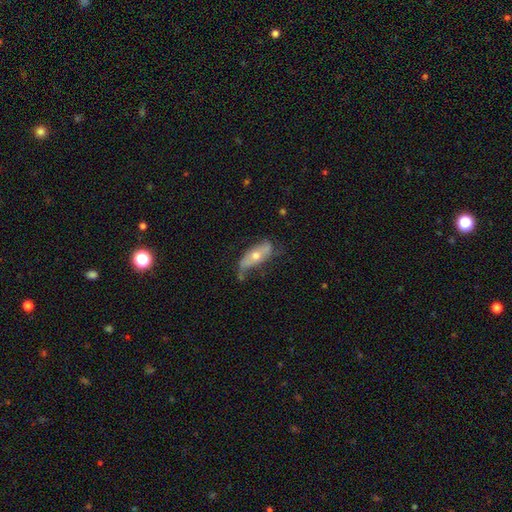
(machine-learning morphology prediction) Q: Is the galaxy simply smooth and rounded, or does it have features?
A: featured or disk — 49%.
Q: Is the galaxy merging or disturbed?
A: none — 46%.